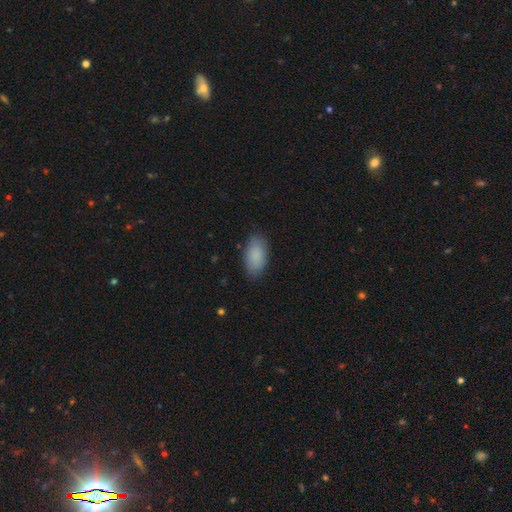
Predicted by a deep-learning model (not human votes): This is clearly a smooth galaxy (87%). How rounded: clearly in between (93%). Merging: clearly none (84%).